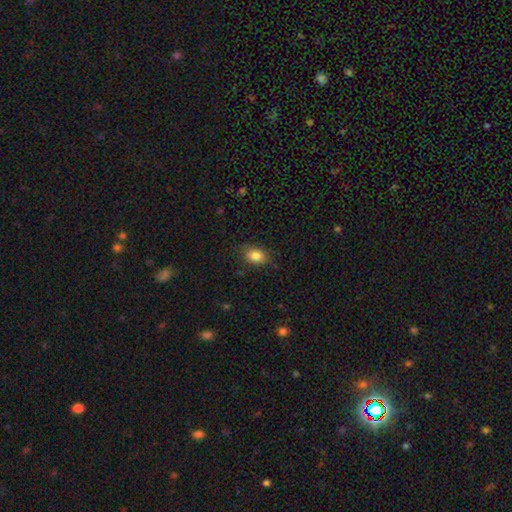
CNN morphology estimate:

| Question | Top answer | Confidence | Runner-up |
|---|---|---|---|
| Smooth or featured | smooth | 85% | star or artifact (9%) |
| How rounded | in between | 76% | round (22%) |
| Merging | none | 80% | minor disturbance (16%) |